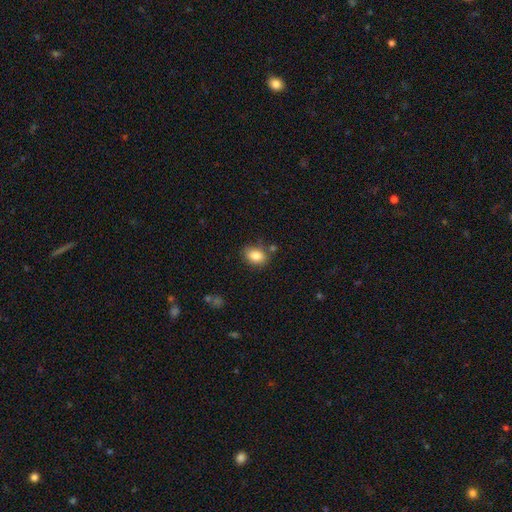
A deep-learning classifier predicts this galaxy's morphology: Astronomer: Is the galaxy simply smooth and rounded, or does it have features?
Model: smooth — 84%.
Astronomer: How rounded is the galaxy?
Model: in between — 72%.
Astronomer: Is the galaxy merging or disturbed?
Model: none — 75%.